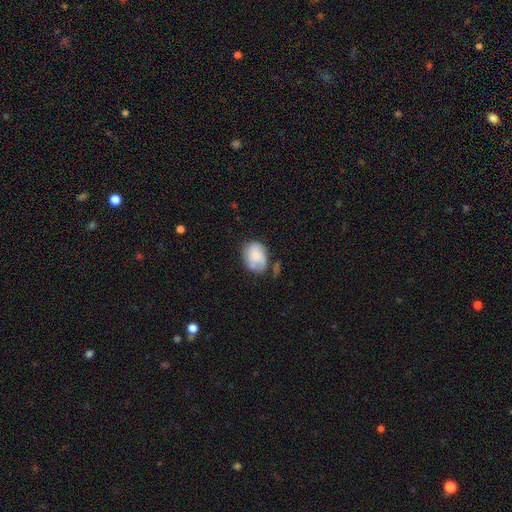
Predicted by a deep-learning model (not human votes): Q: Smooth or featured?
A: smooth (67%); runner-up: featured or disk (25%)
Q: How rounded?
A: in between (65%); runner-up: round (34%)
Q: Merging?
A: none (45%); runner-up: minor disturbance (31%)